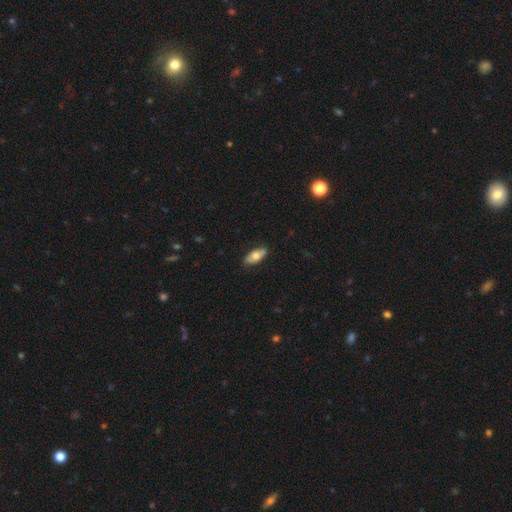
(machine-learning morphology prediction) Q: Smooth or featured?
A: smooth (66%); runner-up: featured or disk (28%)
Q: How rounded?
A: in between (83%); runner-up: cigar-shaped (14%)
Q: Merging?
A: none (85%); runner-up: minor disturbance (12%)